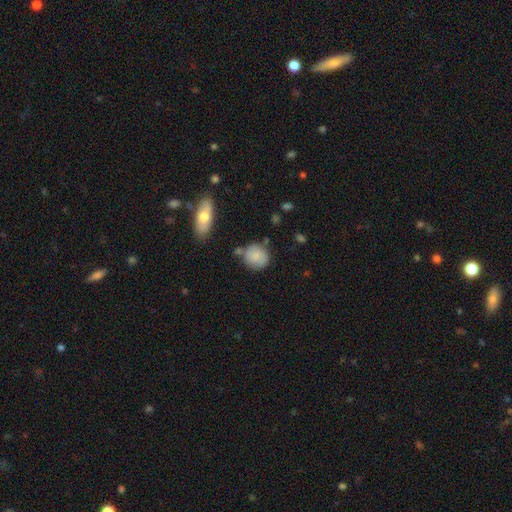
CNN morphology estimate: smooth_or_featured: smooth (p=0.78) [alt: featured or disk p=0.15]
how_rounded: round (p=0.80) [alt: in between p=0.19]
merging: none (p=0.68) [alt: minor disturbance p=0.18]